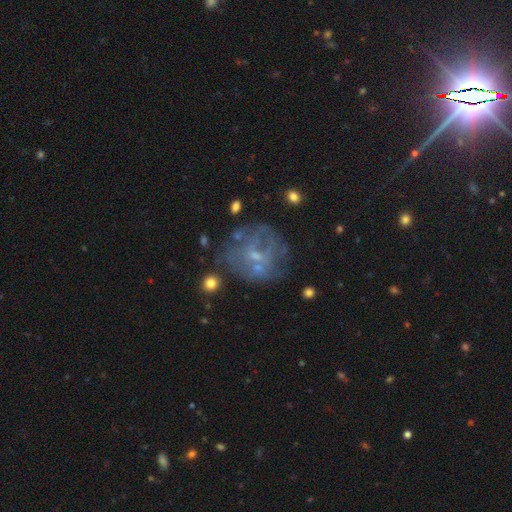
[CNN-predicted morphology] Smooth or featured: featured or disk — 62% (smooth — 23%)
Edge-on disk: no — 97% (yes — 3%)
Bar: no — 67% (weak — 27%)
Spiral arms: no — 62% (yes — 38%)
Bulge size: small — 62% (moderate — 18%)
Merging: none — 53% (major disturbance — 19%)